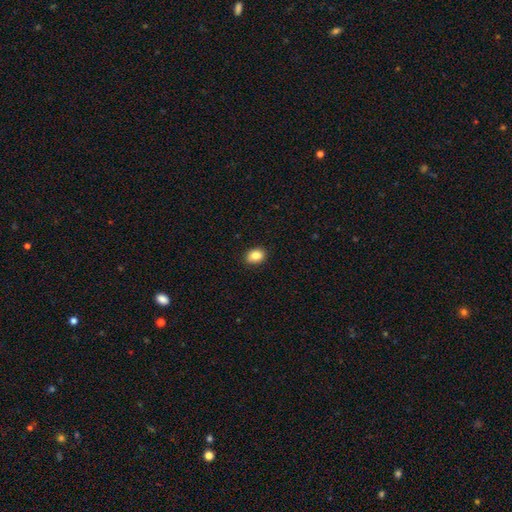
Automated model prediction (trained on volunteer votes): Q: Smooth or featured?
A: smooth (85%); runner-up: star or artifact (9%)
Q: How rounded?
A: in between (68%); runner-up: round (31%)
Q: Merging?
A: none (88%); runner-up: minor disturbance (9%)